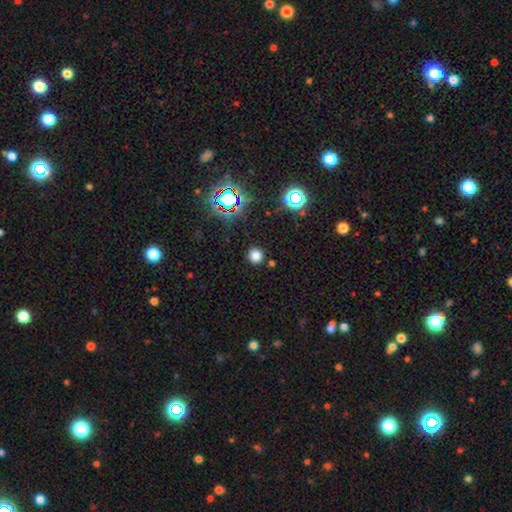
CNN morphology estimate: This appears to be a smooth galaxy with no disk features (74%) that is round (94%). Merging: none (89%).